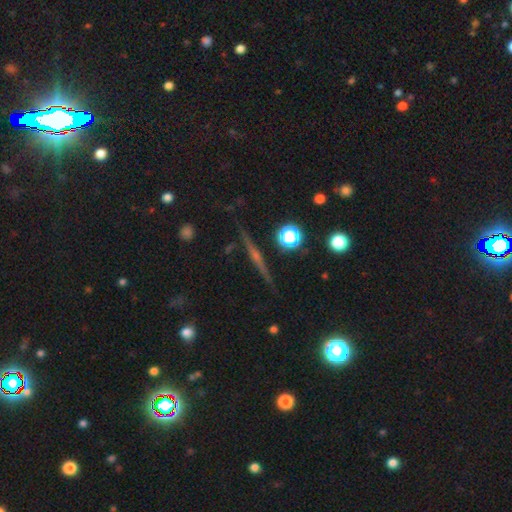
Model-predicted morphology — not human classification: This is likely a featured or disk galaxy (75%). It is clearly viewed edge-on (98%). Edge-on bulge: likely rounded (79%). Merging: clearly none (91%).